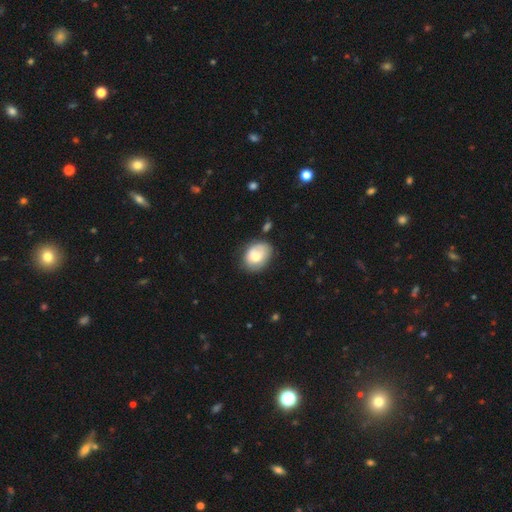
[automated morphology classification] Smooth or featured? Predicted: smooth (p=0.69). How rounded? Predicted: in between (p=0.64). Merging? Predicted: none (p=0.62).